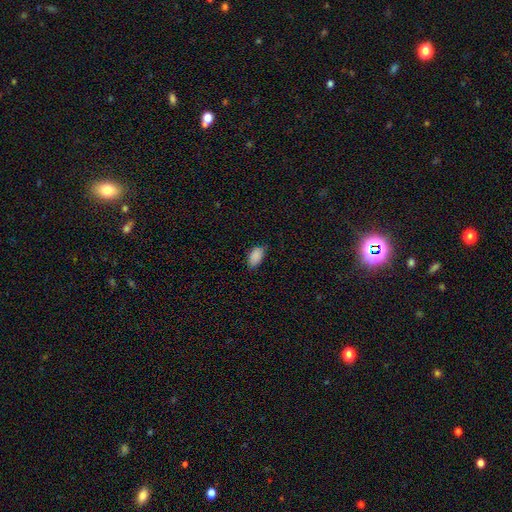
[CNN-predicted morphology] A smooth galaxy with no disk features (88%) that is in between round and cigar-shaped (94%). Merging: none (70%).